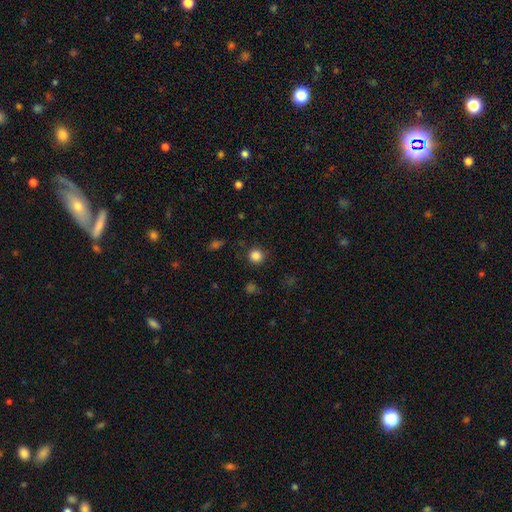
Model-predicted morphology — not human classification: A smooth galaxy with no disk features (84%) that is round (93%). Merging: none (87%).